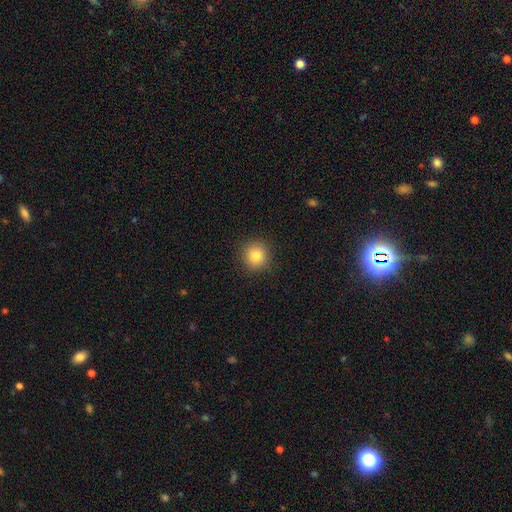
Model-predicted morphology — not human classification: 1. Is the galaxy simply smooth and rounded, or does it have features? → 82% smooth, 11% star or artifact, 6% featured or disk.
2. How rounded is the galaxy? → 92% round, 7% in between, 1% cigar-shaped.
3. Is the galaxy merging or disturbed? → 91% none, 6% minor disturbance, 2% major disturbance, 1% merger.